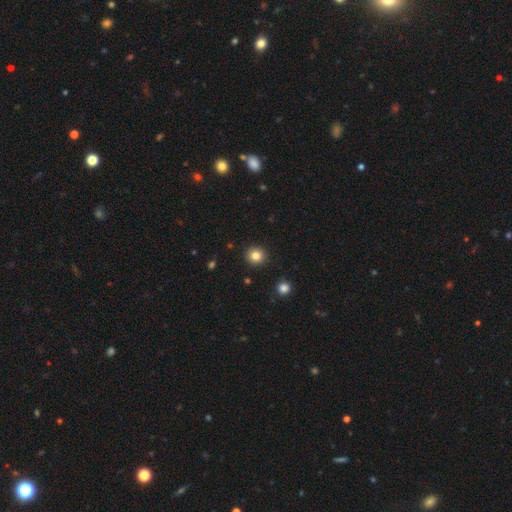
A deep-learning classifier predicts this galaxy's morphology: A smooth galaxy with no disk features (83%) that is round (91%). Merging: none (92%).